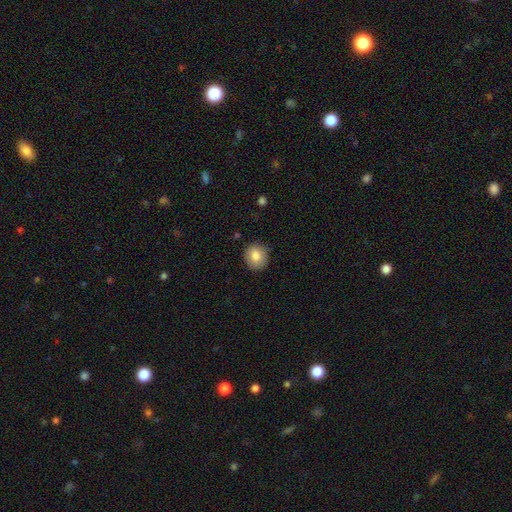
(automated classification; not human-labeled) A smooth galaxy with no disk features (83%) that is round (84%). Merging: none (88%).